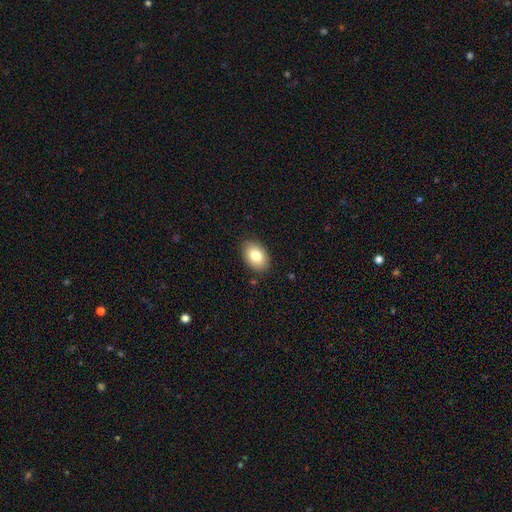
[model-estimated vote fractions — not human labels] Smooth or featured? Predicted: smooth (p=0.82). How rounded? Predicted: in between (p=0.88). Merging? Predicted: none (p=0.86).